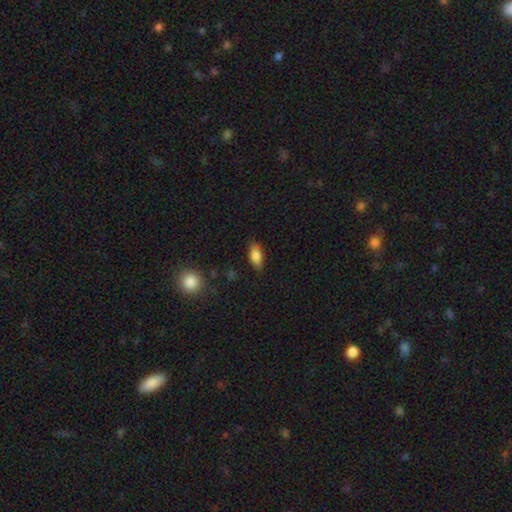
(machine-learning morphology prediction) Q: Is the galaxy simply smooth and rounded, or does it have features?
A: smooth — 78%.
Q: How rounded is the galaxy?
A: in between — 82%.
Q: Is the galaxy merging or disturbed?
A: none — 81%.